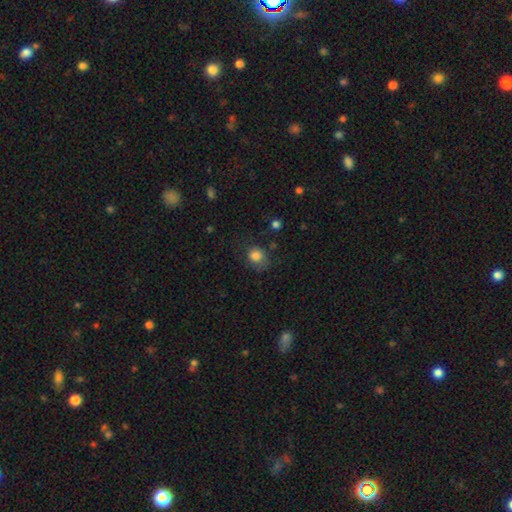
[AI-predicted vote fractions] Smooth or featured: smooth — 82% (star or artifact — 11%)
How rounded: round — 73% (in between — 27%)
Merging: none — 59% (minor disturbance — 25%)